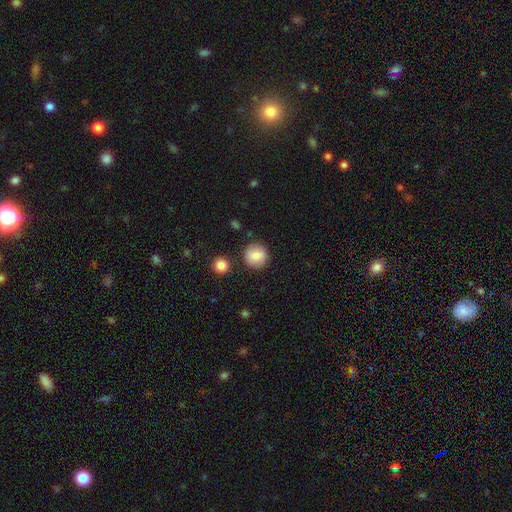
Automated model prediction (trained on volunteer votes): Overall: smooth (84%). How rounded: round (94%). Merging: none (87%).